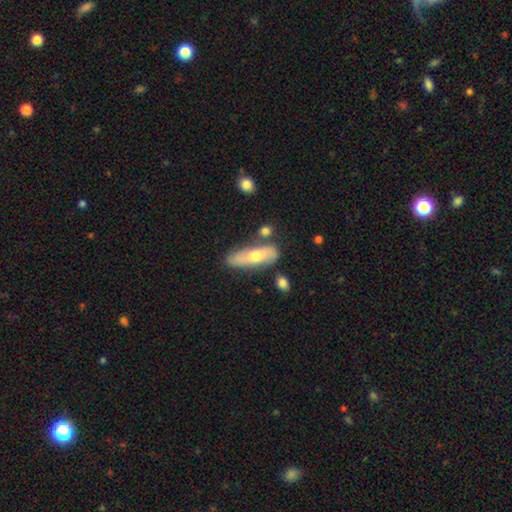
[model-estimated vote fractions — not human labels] A smooth galaxy with no disk features (47%, tied with featured or disk). Merging: none (66%).